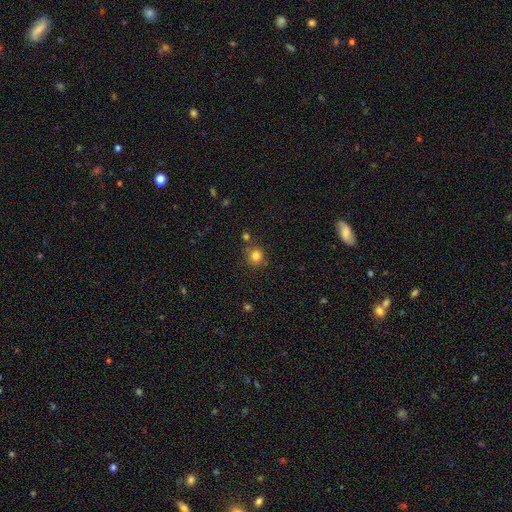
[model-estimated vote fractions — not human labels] Smooth or featured? smooth (81%)
How rounded? round (89%)
Merging? none (76%)